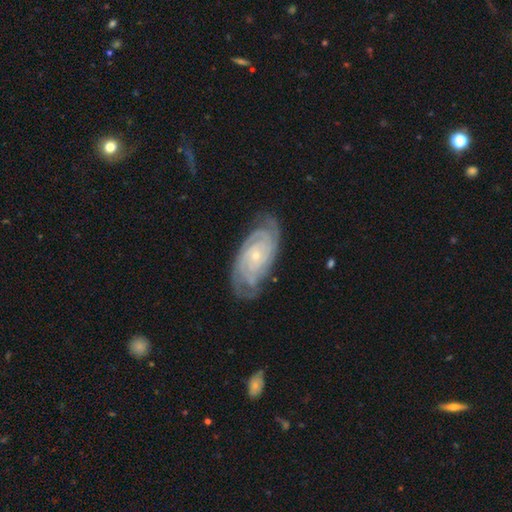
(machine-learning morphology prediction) Smooth or featured?
  - featured or disk: 88% *
  - smooth: 6%
  - star or artifact: 5%
Edge-on disk?
  - no: 96% *
  - yes: 4%
Bar?
  - no: 74% *
  - weak: 19%
  - strong: 7%
Spiral arms?
  - yes: 98% *
  - no: 2%
Spiral winding?
  - tight: 80% *
  - medium: 17%
  - loose: 3%
Spiral arm count?
  - 2: 34% *
  - can't tell: 23%
  - 3: 19%
  - 4: 13%
  - more than 4: 6%
  - 1: 5%
Bulge size?
  - small: 79% *
  - moderate: 18%
  - none: 1%
  - large: 1%
  - dominant: 1%
Merging?
  - none: 76% *
  - minor disturbance: 17%
  - major disturbance: 6%
  - merger: 1%